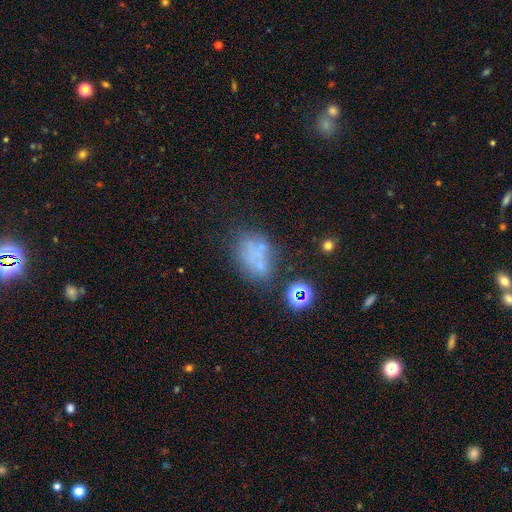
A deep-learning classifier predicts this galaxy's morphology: smooth-or-featured: smooth: 42% | featured or disk: 30% | star or artifact: 28%
  merging: none: 48% | minor disturbance: 22% | major disturbance: 16% | merger: 13%